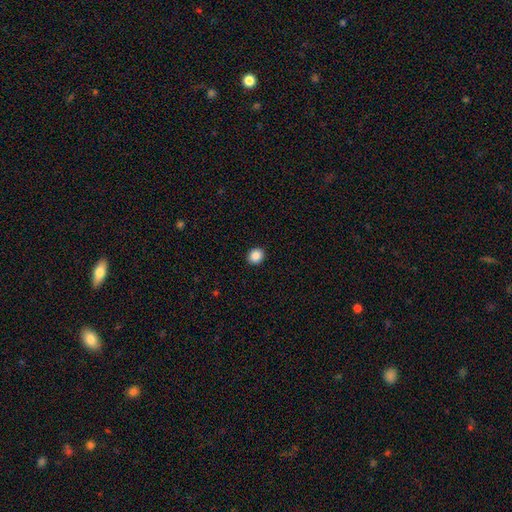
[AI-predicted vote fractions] Overall: smooth (87%). How rounded: round (82%). Merging: none (93%).